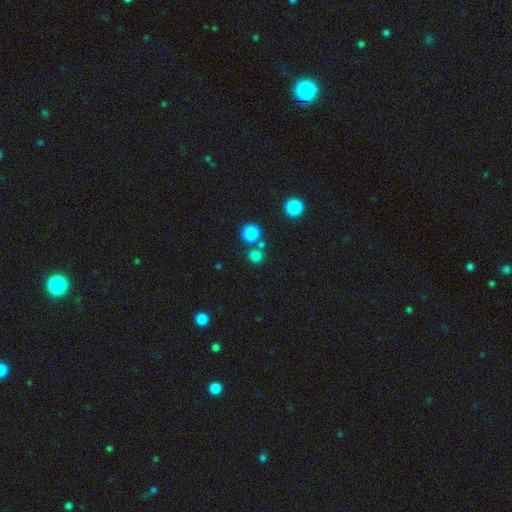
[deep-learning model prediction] Smooth or featured? smooth (78%)
How rounded? round (88%)
Merging? none (70%)